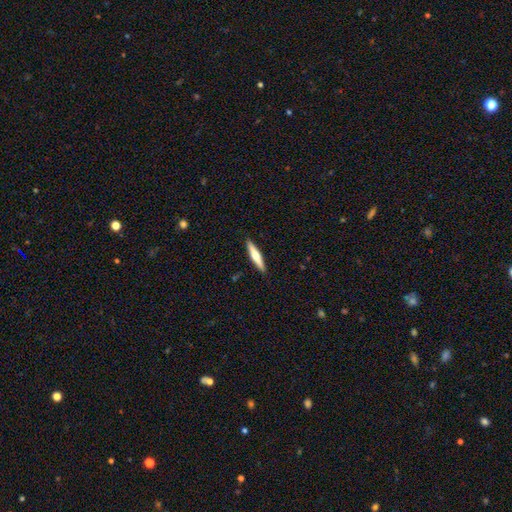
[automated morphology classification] Smooth or featured: smooth — 48% (featured or disk — 47%)
Merging: none — 91% (minor disturbance — 7%)